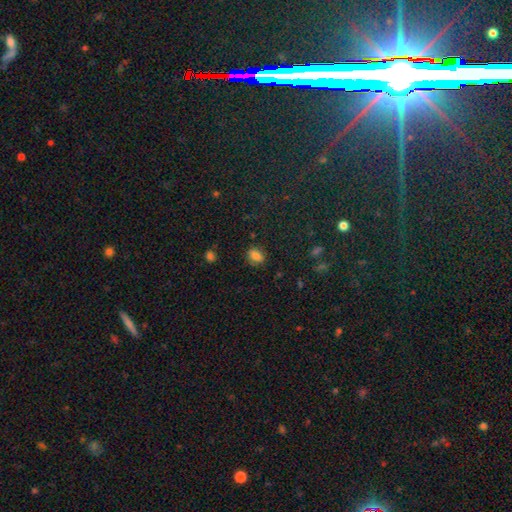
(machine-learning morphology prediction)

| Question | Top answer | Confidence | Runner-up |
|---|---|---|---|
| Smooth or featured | smooth | 80% | star or artifact (13%) |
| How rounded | in between | 63% | round (35%) |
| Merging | none | 82% | minor disturbance (13%) |